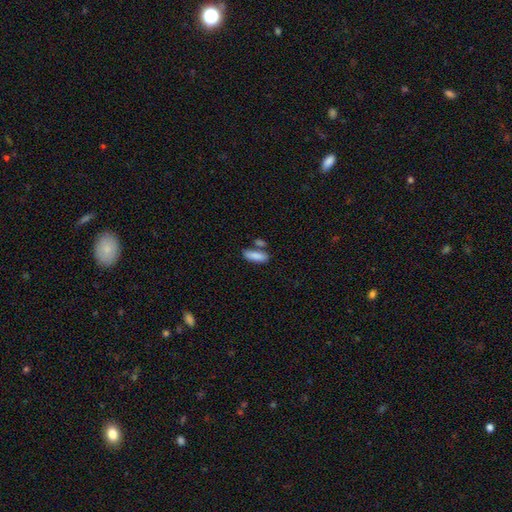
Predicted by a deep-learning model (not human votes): Smooth or featured?
  - smooth: 87% *
  - star or artifact: 7%
  - featured or disk: 6%
How rounded?
  - in between: 63% *
  - cigar-shaped: 35%
  - round: 2%
Merging?
  - none: 63% *
  - merger: 21%
  - minor disturbance: 13%
  - major disturbance: 4%